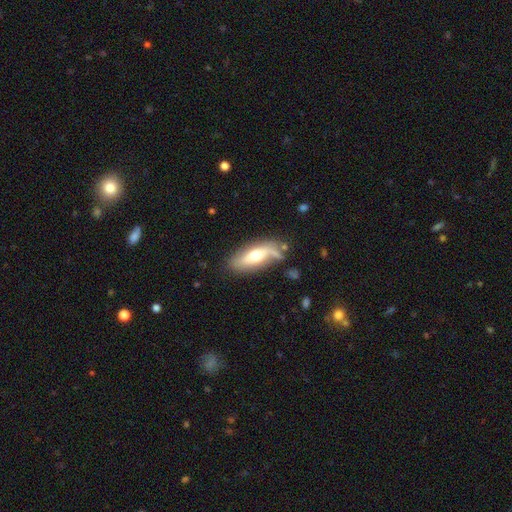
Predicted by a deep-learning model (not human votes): smooth_or_featured: smooth (p=0.50) [alt: featured or disk p=0.44]
merging: none (p=0.60) [alt: minor disturbance p=0.23]